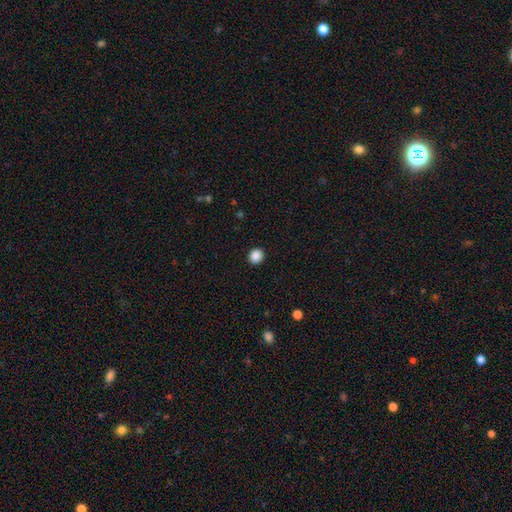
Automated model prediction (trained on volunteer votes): smooth-or-featured: smooth: 88% | star or artifact: 9% | featured or disk: 2%
  how-rounded: round: 82% | in between: 17% | cigar-shaped: 1%
  merging: none: 92% | minor disturbance: 5% | major disturbance: 2% | merger: 1%